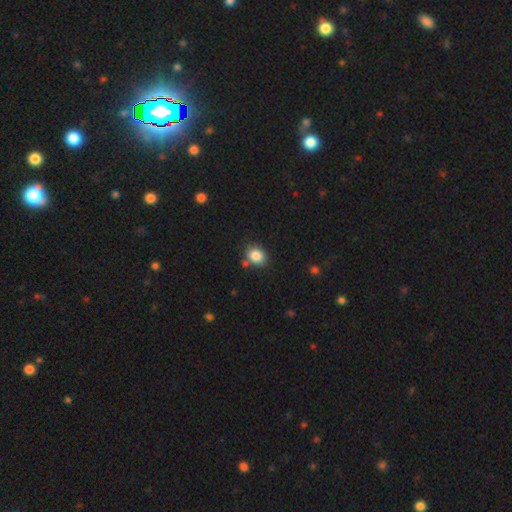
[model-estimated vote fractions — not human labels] smooth_or_featured: smooth (p=0.86) [alt: star or artifact p=0.09]
how_rounded: round (p=0.53) [alt: in between p=0.46]
merging: none (p=0.76) [alt: minor disturbance p=0.13]